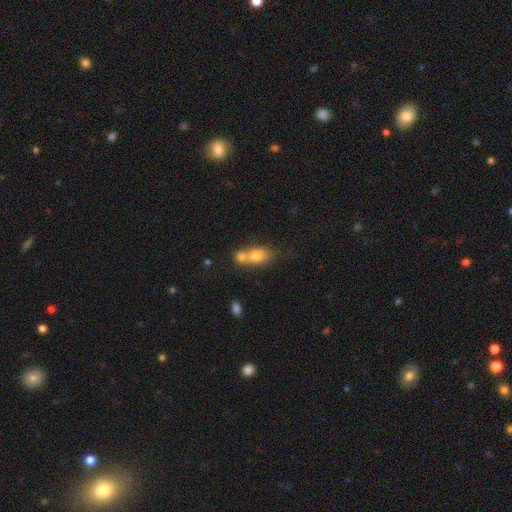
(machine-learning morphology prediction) This appears to be a smooth galaxy with no disk features (73%) that is in between round and cigar-shaped (67%). Merging: merger (60%).